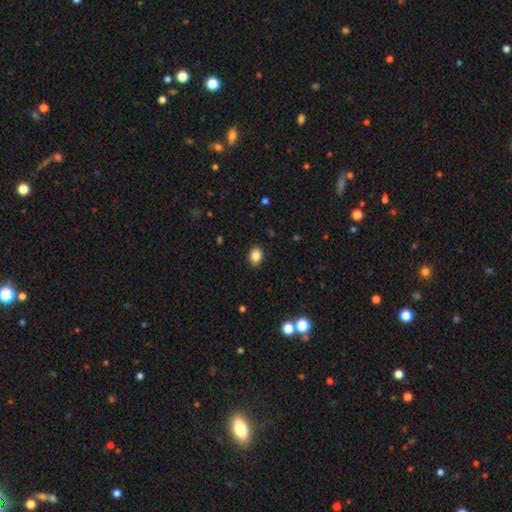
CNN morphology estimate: Overall: smooth (86%). How rounded: in between (66%; round 34%). Merging: none (90%).